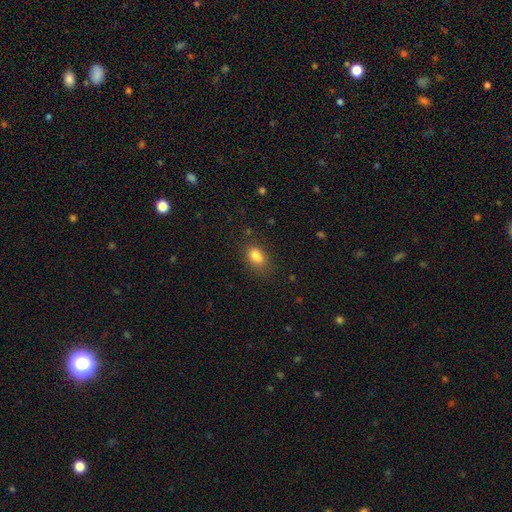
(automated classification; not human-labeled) Overall: smooth (82%). How rounded: in between (83%). Merging: none (67%).